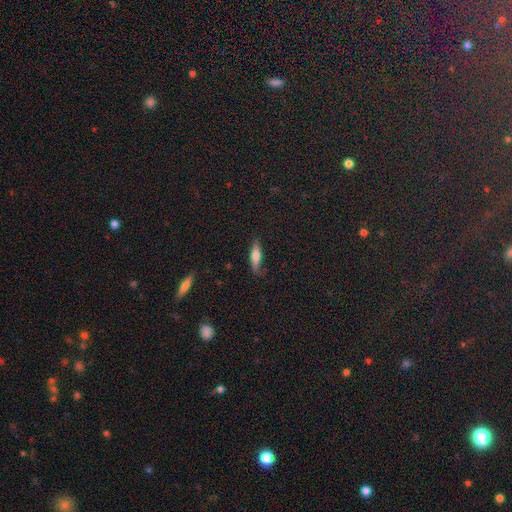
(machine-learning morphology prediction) type=smooth (68%); roundness=cigar-shaped (60%); merging=none (76%).